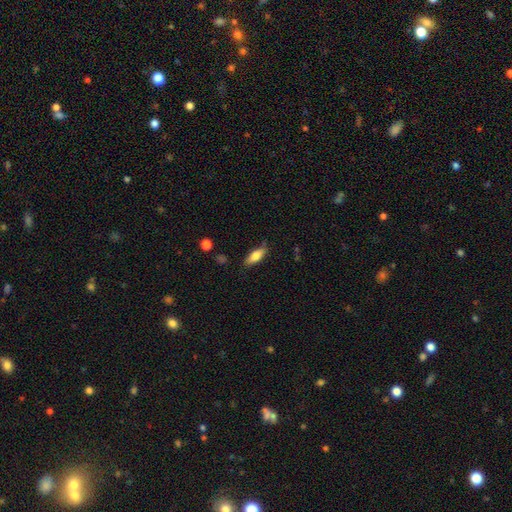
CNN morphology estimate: A smooth galaxy with no disk features (76%) that is in between round and cigar-shaped (68%).

Vote fractions:
- Smooth or featured? smooth: 76% / featured or disk: 17% / star or artifact: 7%
- How rounded? in between: 68% / cigar-shaped: 30% / round: 2%
- Merging? none: 79% / minor disturbance: 16% / major disturbance: 3% / merger: 2%